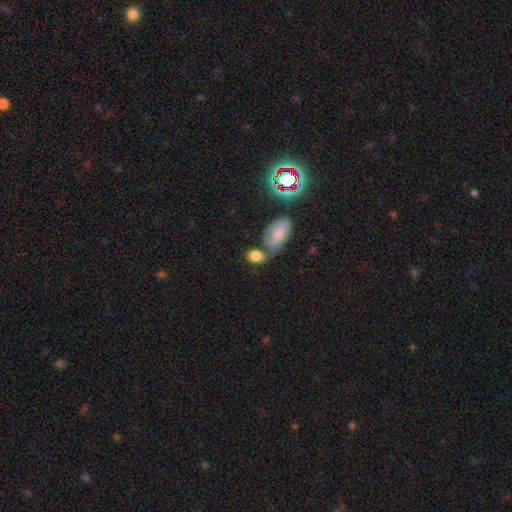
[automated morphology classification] Smooth or featured: smooth — 78% (star or artifact — 11%)
How rounded: in between — 73% (round — 25%)
Merging: none — 49% (merger — 25%)